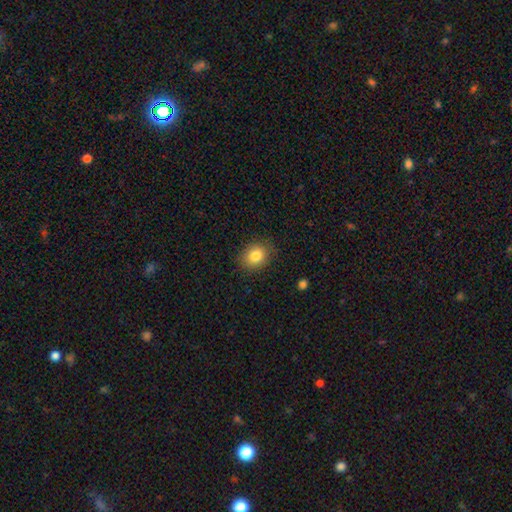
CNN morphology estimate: smooth 83%, star or artifact 9%, featured or disk 8%. Down the decision tree: how rounded — round (54%); merging — none (86%).